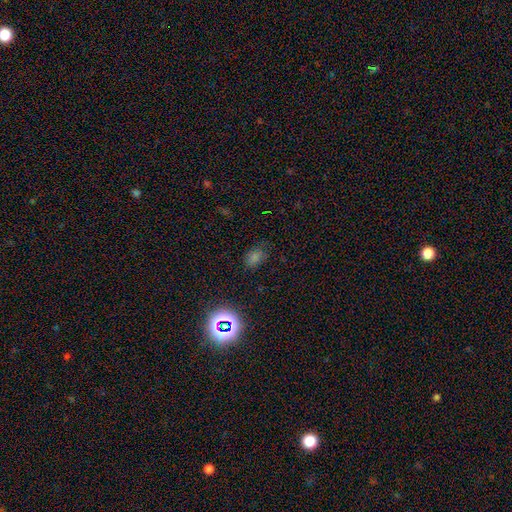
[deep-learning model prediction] Smooth or featured: smooth — 57% (star or artifact — 35%)
How rounded: in between — 70% (round — 28%)
Merging: none — 75% (minor disturbance — 17%)